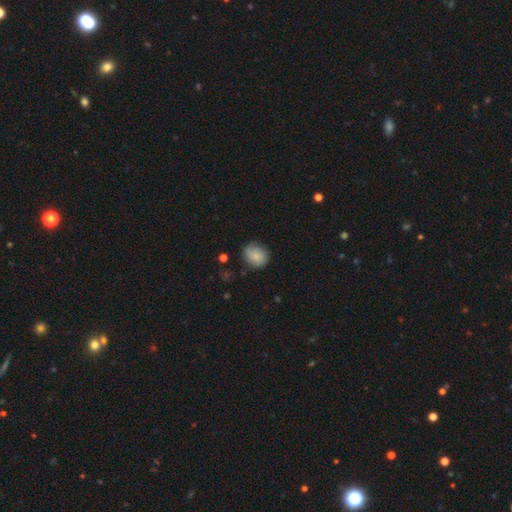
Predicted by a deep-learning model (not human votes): A smooth galaxy with no disk features (80%) that is round (67%).

Vote fractions:
- Smooth or featured? smooth: 80% / featured or disk: 12% / star or artifact: 8%
- How rounded? round: 67% / in between: 32% / cigar-shaped: 1%
- Merging? none: 72% / minor disturbance: 21% / major disturbance: 5% / merger: 2%